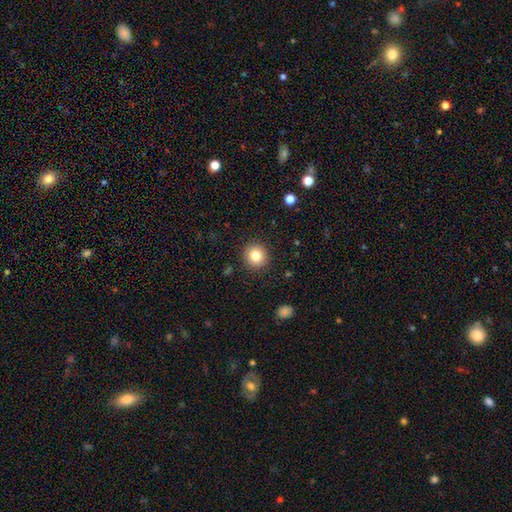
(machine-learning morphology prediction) Smooth or featured? Predicted: smooth (p=0.81). How rounded? Predicted: round (p=0.94). Merging? Predicted: none (p=0.91).